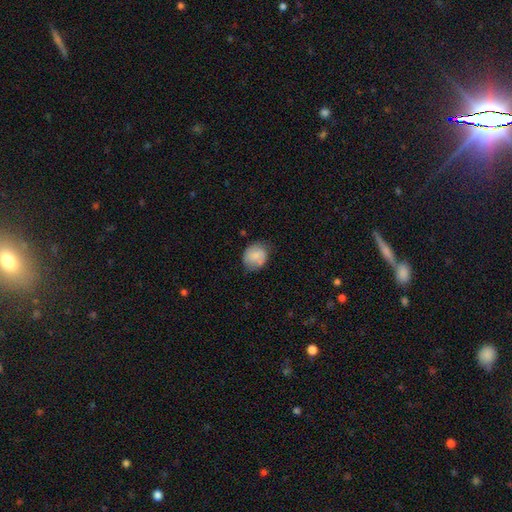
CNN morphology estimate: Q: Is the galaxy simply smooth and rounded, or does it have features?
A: smooth — 72%.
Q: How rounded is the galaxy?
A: round — 60%.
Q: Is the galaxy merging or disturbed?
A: none — 65%.